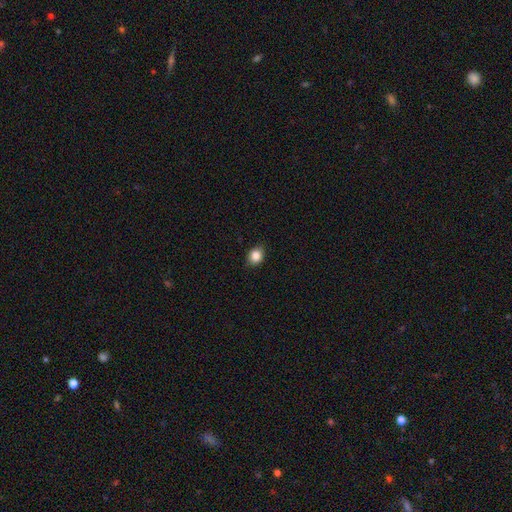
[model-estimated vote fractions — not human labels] Smooth or featured? Predicted: smooth (p=0.85). How rounded? Predicted: round (p=0.53). Merging? Predicted: none (p=0.87).